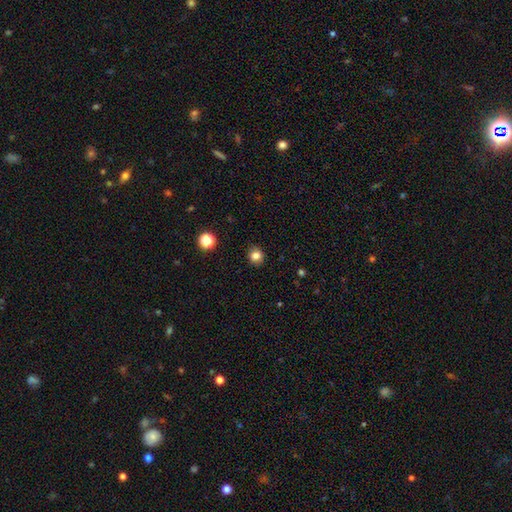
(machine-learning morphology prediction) smooth-or-featured: smooth: 82% | star or artifact: 12% | featured or disk: 6%
  how-rounded: round: 83% | in between: 16% | cigar-shaped: 1%
  merging: none: 89% | minor disturbance: 8% | major disturbance: 2% | merger: 1%